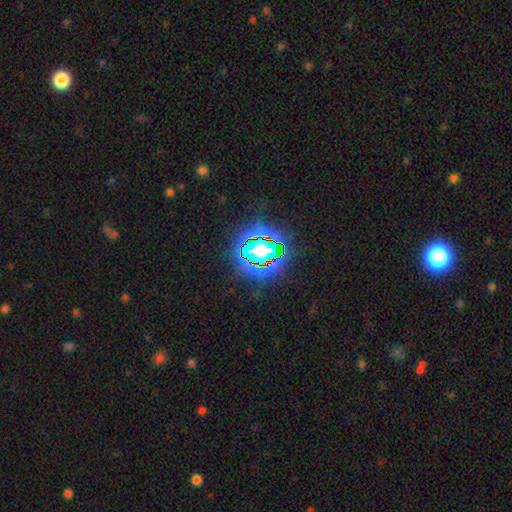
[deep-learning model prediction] Smooth or featured?
  - star or artifact: 80% *
  - smooth: 13%
  - featured or disk: 7%